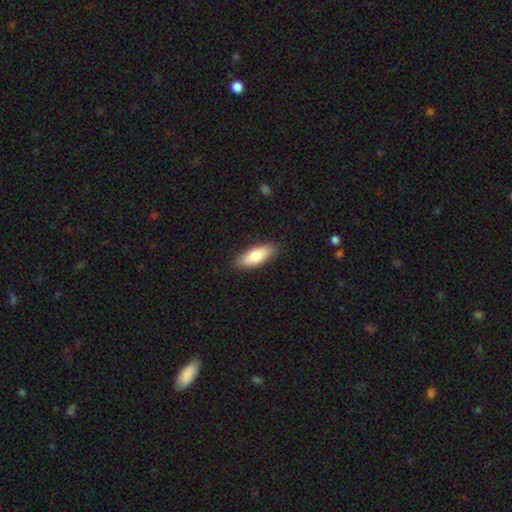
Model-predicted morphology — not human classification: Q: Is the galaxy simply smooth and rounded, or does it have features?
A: smooth — 80%.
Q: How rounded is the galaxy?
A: in between — 73%.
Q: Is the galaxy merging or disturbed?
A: none — 88%.